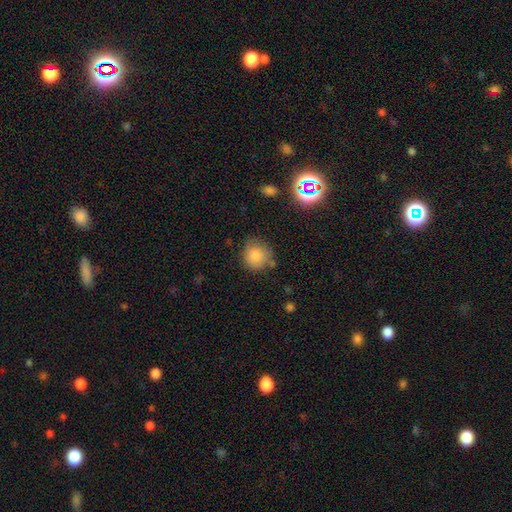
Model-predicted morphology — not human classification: A smooth galaxy with no disk features (83%) that is round (87%).

Vote fractions:
- Smooth or featured? smooth: 83% / star or artifact: 10% / featured or disk: 7%
- How rounded? round: 87% / in between: 12% / cigar-shaped: 1%
- Merging? none: 69% / minor disturbance: 21% / merger: 5% / major disturbance: 5%